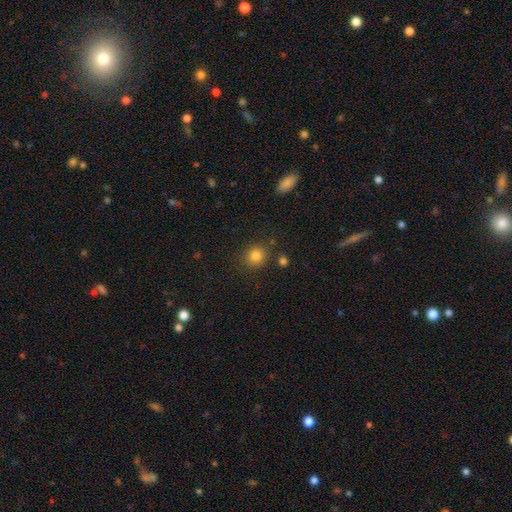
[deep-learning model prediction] smooth 83%, star or artifact 12%, featured or disk 5%. Down the decision tree: how rounded — round (85%); merging — none (82%).